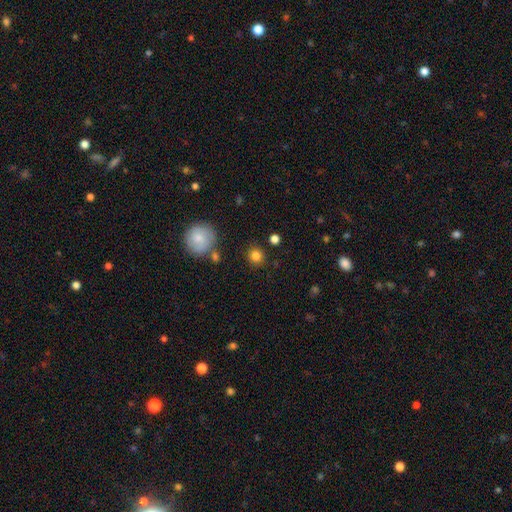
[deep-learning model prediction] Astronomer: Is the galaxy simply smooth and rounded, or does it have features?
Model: smooth — 84%.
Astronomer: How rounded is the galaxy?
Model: round — 88%.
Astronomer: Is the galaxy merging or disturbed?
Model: none — 84%.